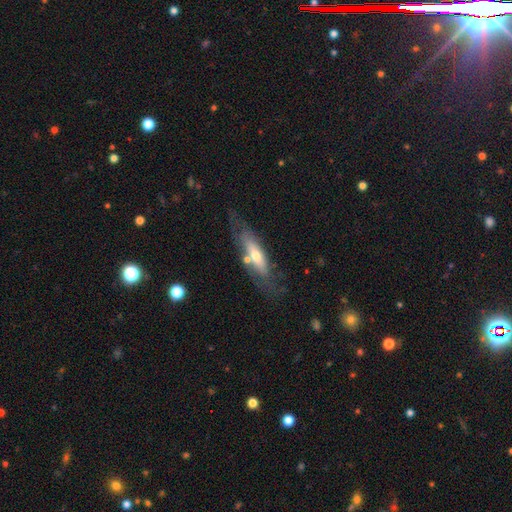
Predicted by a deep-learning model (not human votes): A featured or disk galaxy (53%).

Vote fractions:
- Smooth or featured? featured or disk: 53% / smooth: 40% / star or artifact: 7%
- Edge-on disk? no: 51% / yes: 49%
- Merging? none: 60% / minor disturbance: 20% / major disturbance: 10% / merger: 10%